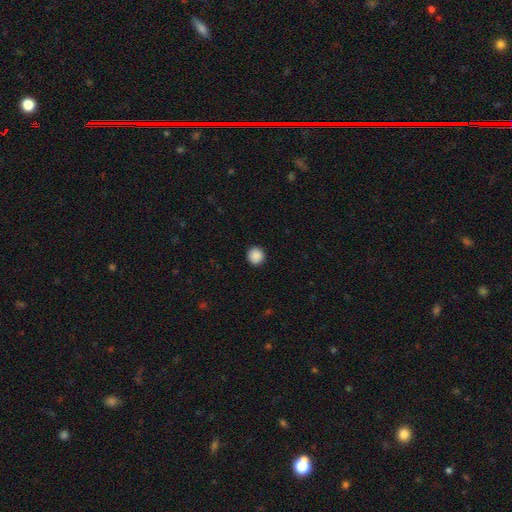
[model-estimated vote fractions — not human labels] smooth-or-featured: smooth: 89% | star or artifact: 9% | featured or disk: 2%
  how-rounded: round: 94% | in between: 5% | cigar-shaped: 1%
  merging: none: 93% | minor disturbance: 5% | major disturbance: 2% | merger: 1%